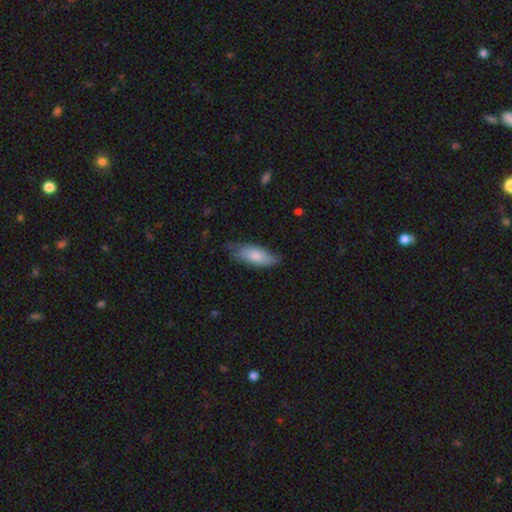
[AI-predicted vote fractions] This is likely a smooth galaxy (76%). How rounded: likely in between (75%). Merging: possibly none (56%).